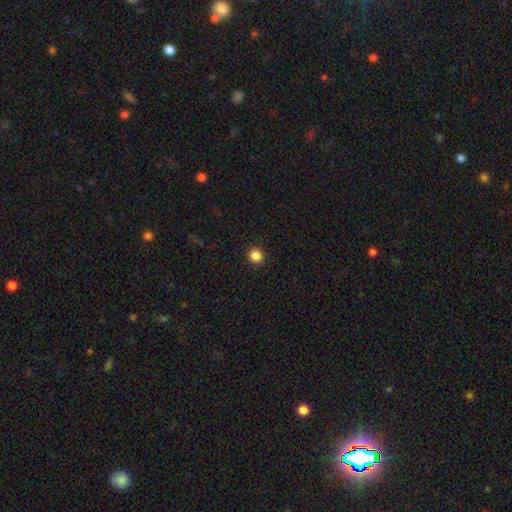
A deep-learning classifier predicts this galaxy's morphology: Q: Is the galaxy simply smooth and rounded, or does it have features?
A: smooth — 86%.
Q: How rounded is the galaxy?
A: round — 89%.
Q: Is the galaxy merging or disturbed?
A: none — 93%.